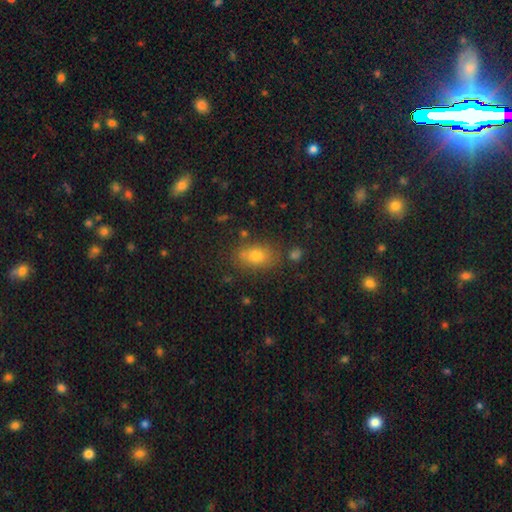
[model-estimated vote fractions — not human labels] A smooth galaxy with no disk features (74%) that is in between round and cigar-shaped (77%). Merging: none (75%).